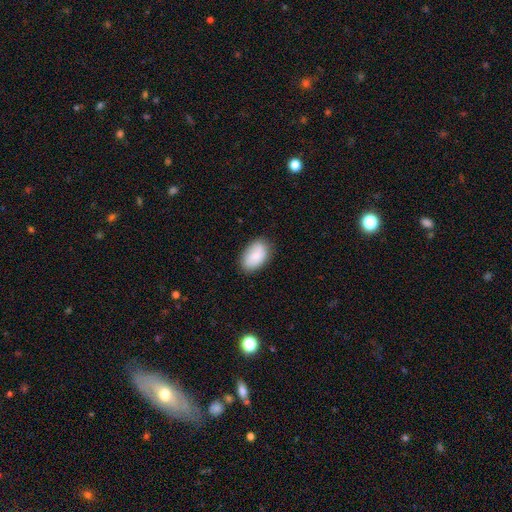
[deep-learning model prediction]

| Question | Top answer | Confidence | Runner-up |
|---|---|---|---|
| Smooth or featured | smooth | 81% | featured or disk (12%) |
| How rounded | in between | 92% | round (7%) |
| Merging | none | 81% | minor disturbance (14%) |